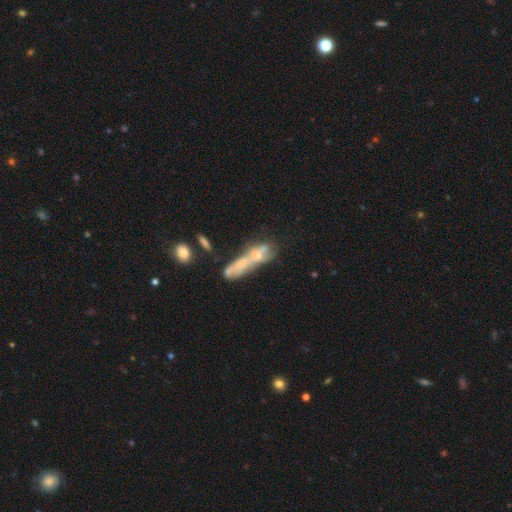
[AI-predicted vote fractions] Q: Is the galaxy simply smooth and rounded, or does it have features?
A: featured or disk — 49%.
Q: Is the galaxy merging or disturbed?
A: merger — 48%.